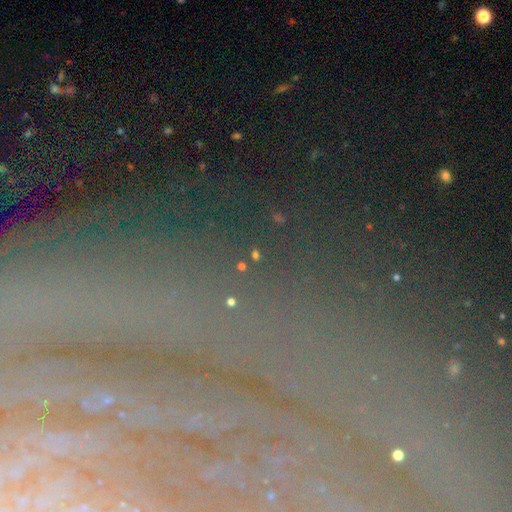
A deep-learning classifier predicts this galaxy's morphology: smooth-or-featured: star or artifact: 58% | featured or disk: 24% | smooth: 18%